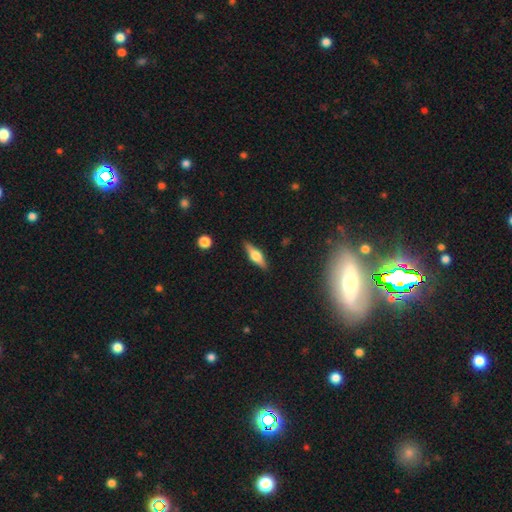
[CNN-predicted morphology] A featured or disk galaxy (62%) viewed edge-on (95%) with a rounded central bulge (91%). Merging: none (88%).